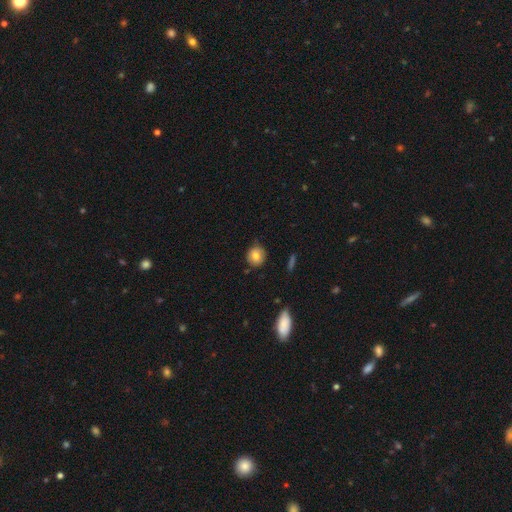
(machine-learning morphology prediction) Q: Smooth or featured?
A: smooth (80%); runner-up: featured or disk (12%)
Q: How rounded?
A: round (87%); runner-up: in between (12%)
Q: Merging?
A: none (81%); runner-up: minor disturbance (15%)